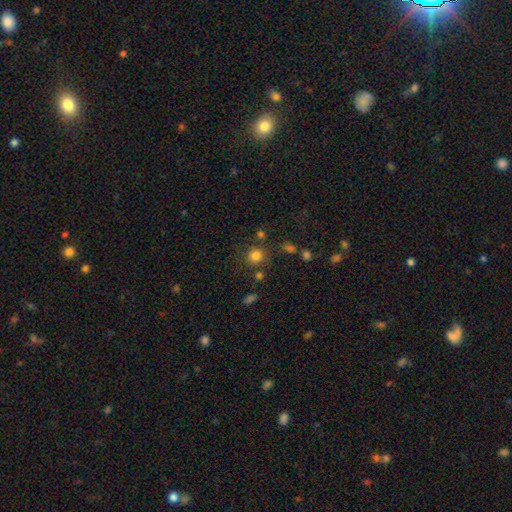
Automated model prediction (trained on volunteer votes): Smooth or featured? Predicted: smooth (p=0.80). How rounded? Predicted: round (p=0.90). Merging? Predicted: none (p=0.78).